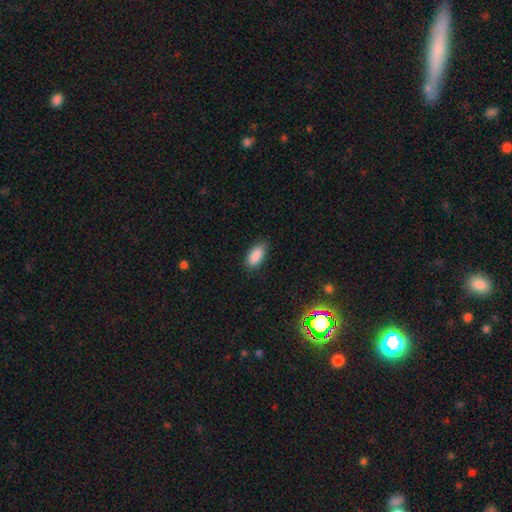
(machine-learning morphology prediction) Smooth or featured? Predicted: smooth (p=0.89). How rounded? Predicted: in between (p=0.89). Merging? Predicted: none (p=0.83).